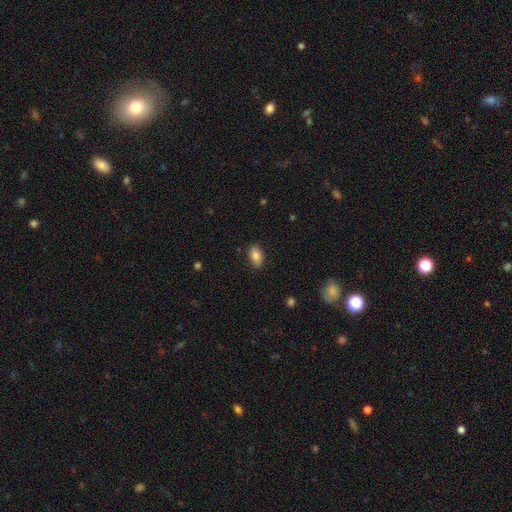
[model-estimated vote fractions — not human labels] smooth-or-featured: smooth: 83% | featured or disk: 10% | star or artifact: 8%
  how-rounded: in between: 91% | round: 6% | cigar-shaped: 3%
  merging: none: 86% | minor disturbance: 11% | major disturbance: 2% | merger: 1%